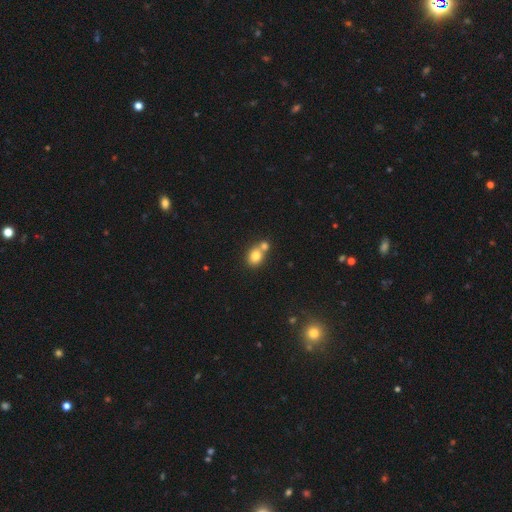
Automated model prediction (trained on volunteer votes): smooth-or-featured: smooth: 79% | featured or disk: 11% | star or artifact: 10%
  how-rounded: round: 63% | in between: 36% | cigar-shaped: 1%
  merging: merger: 49% | none: 41% | minor disturbance: 8% | major disturbance: 3%